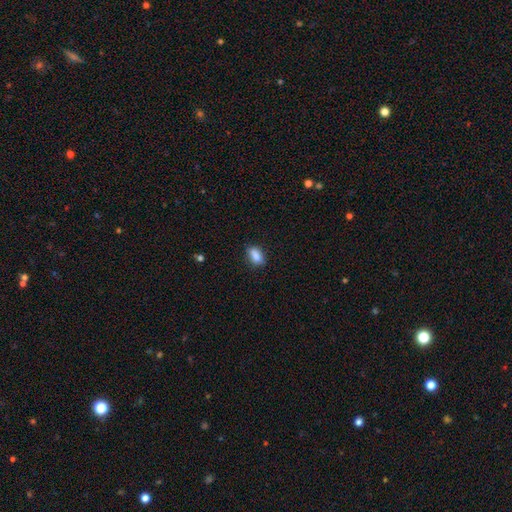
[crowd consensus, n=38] Smooth or featured: smooth — 82% (featured or disk — 11%)
How rounded: in between — 81% (round — 10%)
Merging: none — 66% (minor disturbance — 31%)